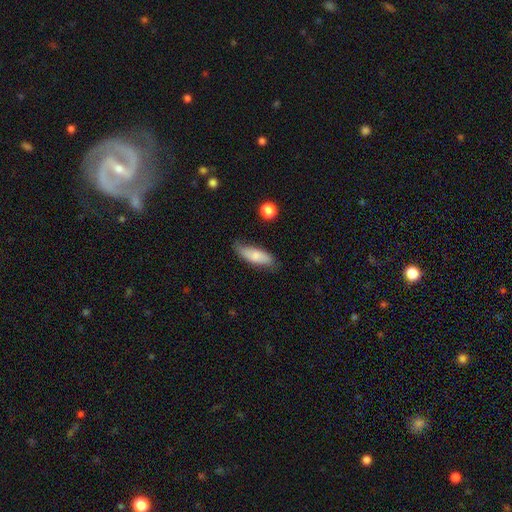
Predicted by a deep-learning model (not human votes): A smooth galaxy with no disk features (75%) that is in between round and cigar-shaped (64%). Merging: none (67%).